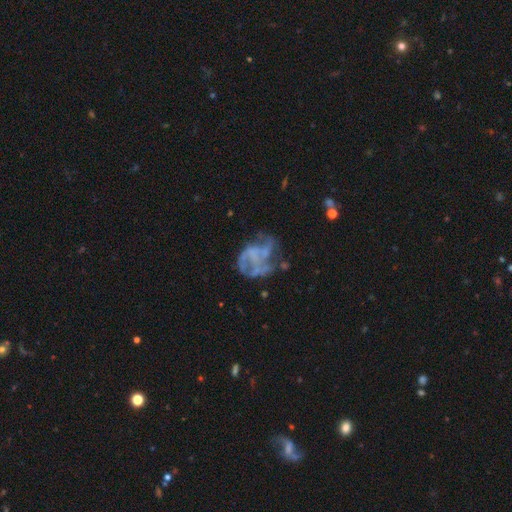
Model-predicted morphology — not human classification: Smooth or featured? featured or disk (72%)
Edge-on disk? no (98%)
Bar? no (81%)
Spiral arms? no (51%)
Bulge size? none (78%)
Merging? none (40%)